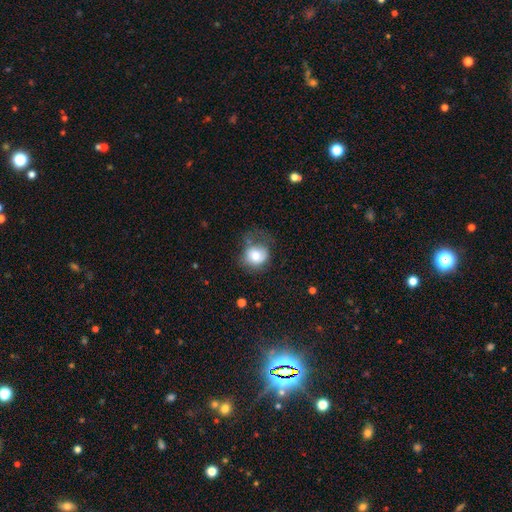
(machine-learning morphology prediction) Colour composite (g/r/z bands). It shows a smooth galaxy with no disk features (71%) that is round (71%). Merging: none (37%).